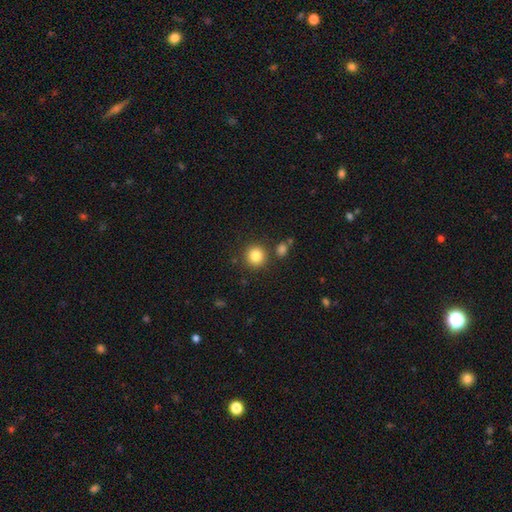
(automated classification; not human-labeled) The model was most divided on "smooth or featured": smooth: 84%, star or artifact: 10%, featured or disk: 5%. More confident: how rounded — round (92%); merging — none (85%).